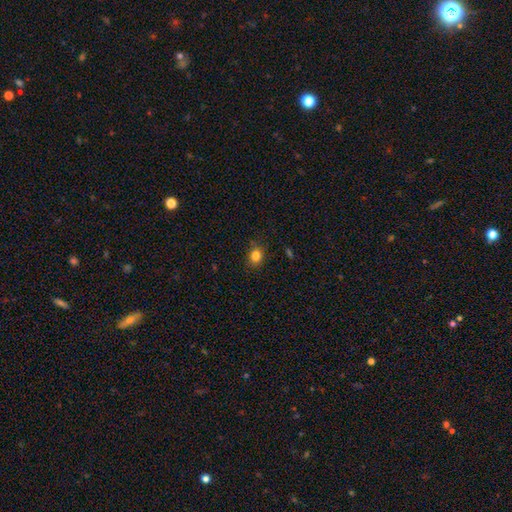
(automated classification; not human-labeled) smooth 84%, star or artifact 11%, featured or disk 5%. Down the decision tree: how rounded — round (54%); merging — none (80%).